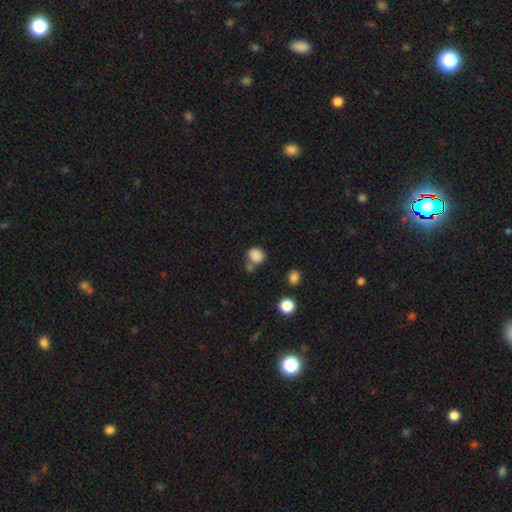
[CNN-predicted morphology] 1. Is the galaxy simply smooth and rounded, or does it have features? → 84% smooth, 11% star or artifact, 5% featured or disk.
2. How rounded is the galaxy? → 74% round, 25% in between, 1% cigar-shaped.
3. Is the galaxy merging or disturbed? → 59% none, 21% merger, 15% minor disturbance, 5% major disturbance.